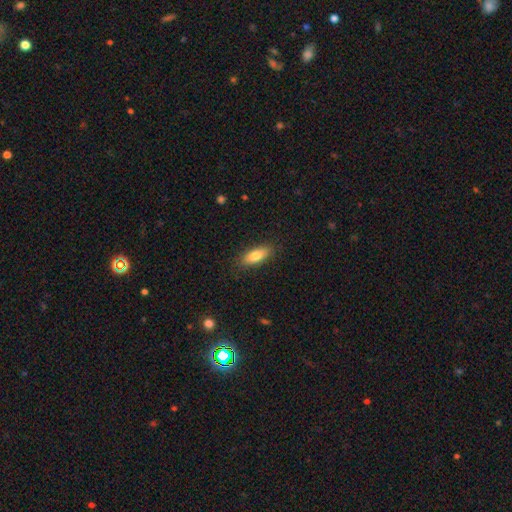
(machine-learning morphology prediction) This appears to be a smooth galaxy with no disk features (78%) that is in between round and cigar-shaped (73%). Merging: none (86%).